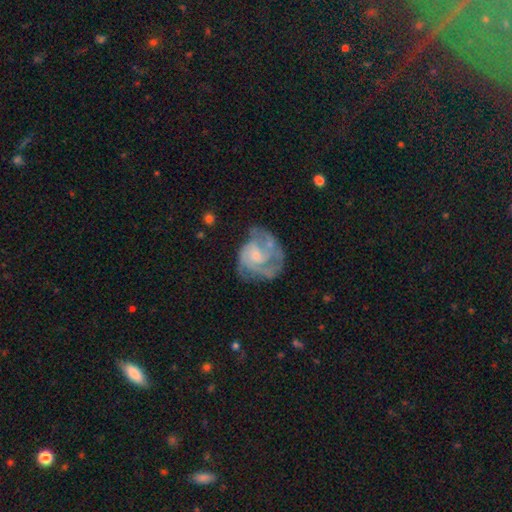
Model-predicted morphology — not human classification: This appears to be a featured or disk galaxy (79%) with no bar (67%), 3 (32%) tight (48%) spiral arms (89%) and a small central bulge (48%). Merging: none (51%).